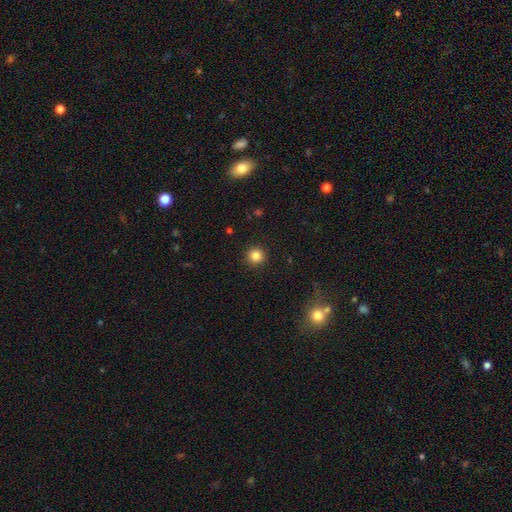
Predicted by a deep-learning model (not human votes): This is clearly a smooth galaxy (84%). How rounded: clearly round (95%). Merging: clearly none (92%).